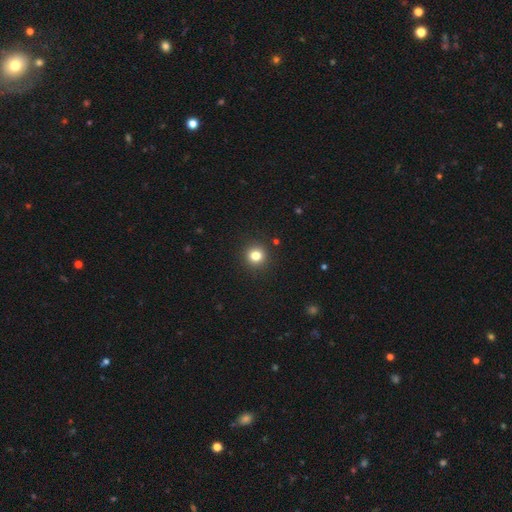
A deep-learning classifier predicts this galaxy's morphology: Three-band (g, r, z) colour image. It shows a smooth galaxy with no disk features (81%) that is round (93%). Merging: none (92%).